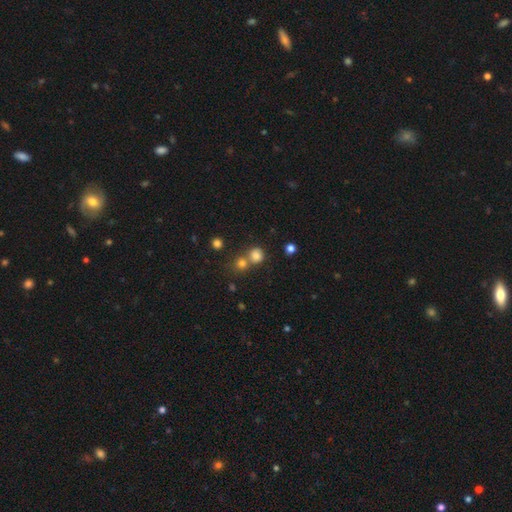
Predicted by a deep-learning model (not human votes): Morphology: type=smooth (78%); roundness=round (84%); merging=none (55%).